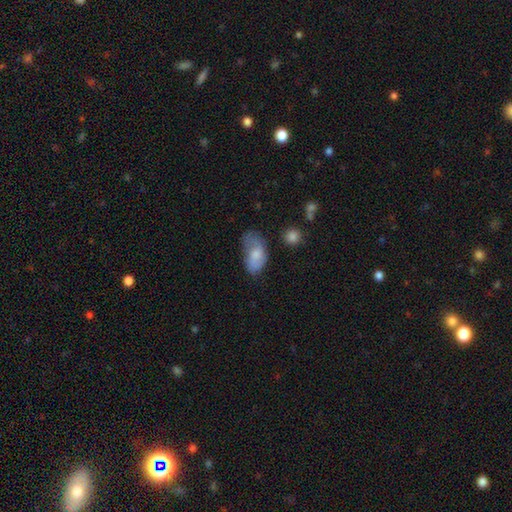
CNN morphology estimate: Smooth or featured: smooth — 61% (featured or disk — 31%)
How rounded: in between — 92% (round — 5%)
Merging: none — 43% (minor disturbance — 35%)